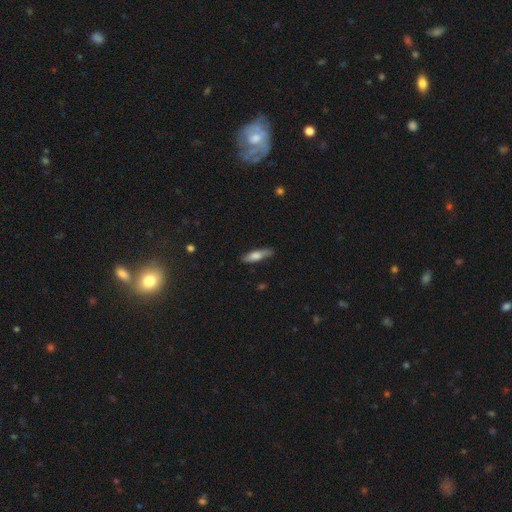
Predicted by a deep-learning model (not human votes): This is likely a smooth galaxy (65%). How rounded: likely cigar-shaped (67%). Merging: clearly none (82%).